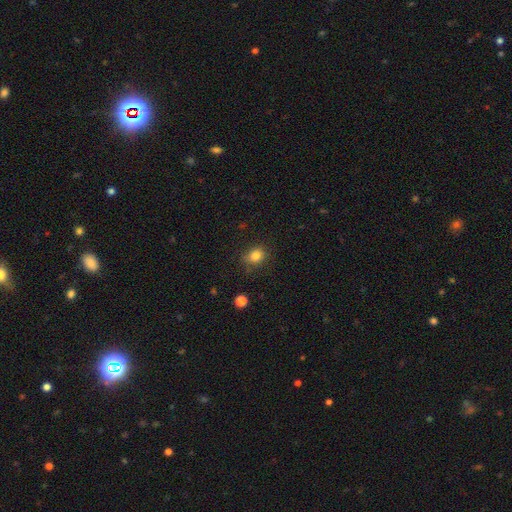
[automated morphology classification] The model was most divided on "how rounded": round: 65%, in between: 34%, cigar-shaped: 1%. More confident: smooth or featured — smooth (82%); merging — none (77%).